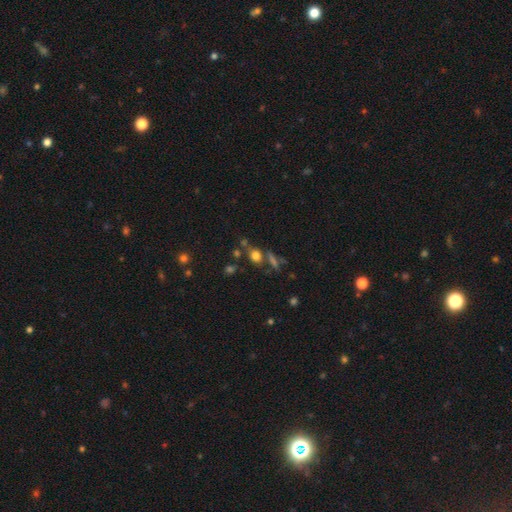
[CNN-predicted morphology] Smooth or featured: smooth — 68% (star or artifact — 19%)
How rounded: round — 53% (in between — 41%)
Merging: none — 63% (merger — 18%)